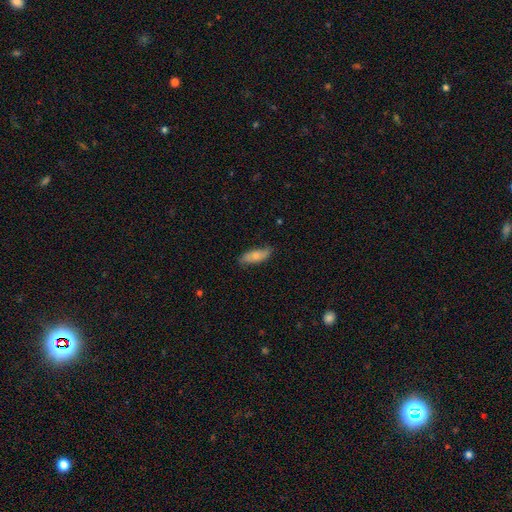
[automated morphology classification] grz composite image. It shows a smooth galaxy with no disk features (78%) that is in between round and cigar-shaped (64%). Merging: none (78%).